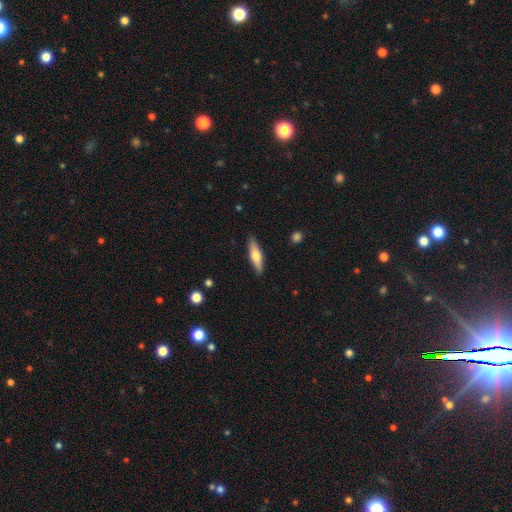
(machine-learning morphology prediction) smooth-or-featured: smooth: 56% | featured or disk: 39% | star or artifact: 6%
  how-rounded: cigar-shaped: 65% | in between: 33% | round: 2%
  merging: none: 89% | minor disturbance: 8% | major disturbance: 2% | merger: 1%